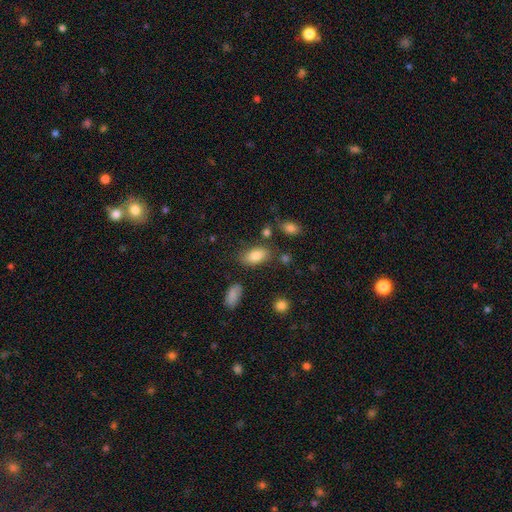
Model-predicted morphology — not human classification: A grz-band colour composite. It shows a smooth galaxy with no disk features (83%) that is in between round and cigar-shaped (92%). Merging: none (76%).